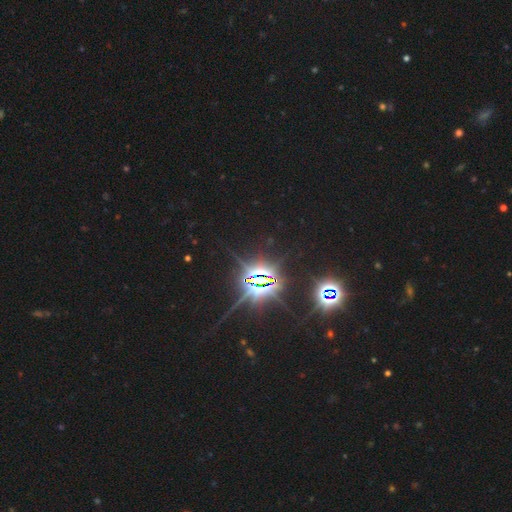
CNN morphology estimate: Smooth or featured? Predicted: star or artifact (p=0.84).